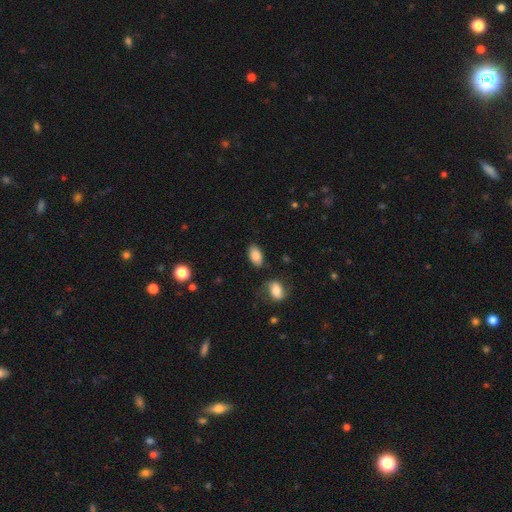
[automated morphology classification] Overall: smooth (85%). How rounded: in between (93%). Merging: none (80%).